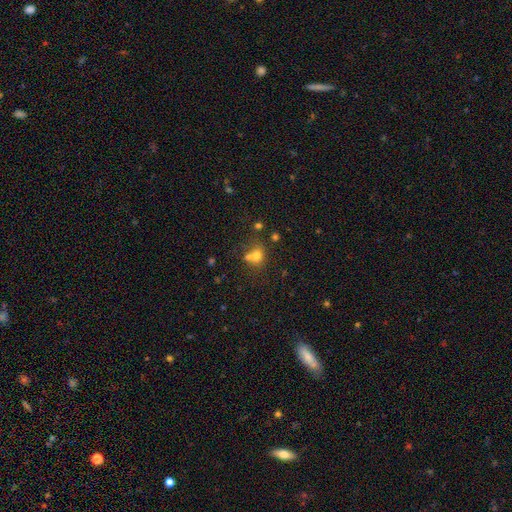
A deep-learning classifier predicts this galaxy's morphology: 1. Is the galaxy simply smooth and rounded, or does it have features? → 69% smooth, 17% star or artifact, 14% featured or disk.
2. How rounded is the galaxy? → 64% round, 35% in between, 1% cigar-shaped.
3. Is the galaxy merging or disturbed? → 45% merger, 40% none, 10% minor disturbance, 5% major disturbance.